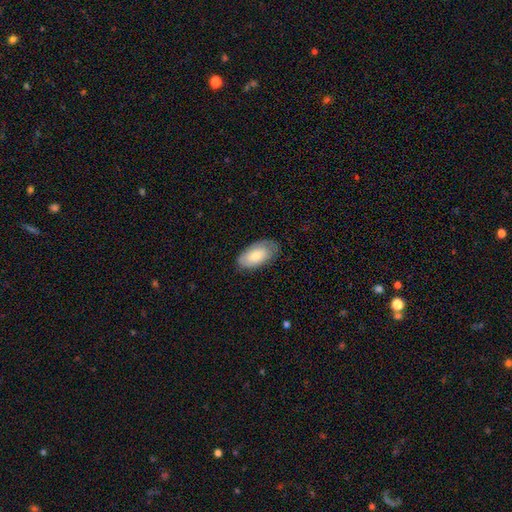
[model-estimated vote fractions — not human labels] A smooth galaxy with no disk features (74%) that is in between round and cigar-shaped (94%).

Vote fractions:
- Smooth or featured? smooth: 74% / featured or disk: 20% / star or artifact: 6%
- How rounded? in between: 94% / cigar-shaped: 3% / round: 3%
- Merging? none: 76% / minor disturbance: 19% / major disturbance: 4% / merger: 1%